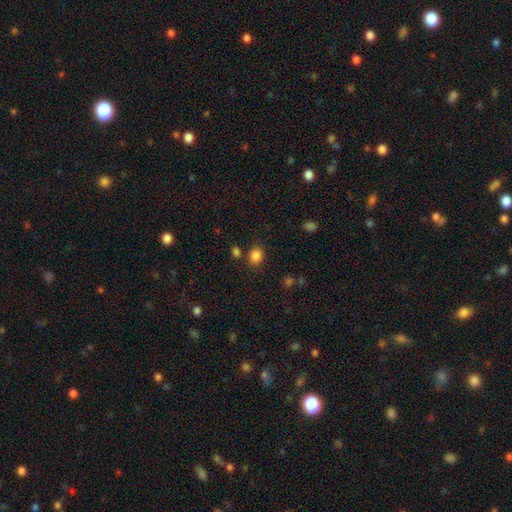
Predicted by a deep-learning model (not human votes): Smooth or featured?
  - smooth: 85% *
  - star or artifact: 11%
  - featured or disk: 4%
How rounded?
  - round: 63% *
  - in between: 36%
  - cigar-shaped: 1%
Merging?
  - none: 79% *
  - minor disturbance: 10%
  - merger: 7%
  - major disturbance: 4%